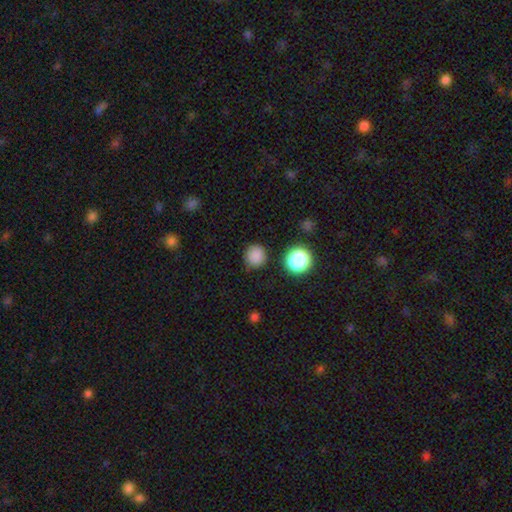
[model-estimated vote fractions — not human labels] smooth-or-featured: smooth: 82% | star or artifact: 14% | featured or disk: 4%
  how-rounded: round: 89% | in between: 10% | cigar-shaped: 1%
  merging: none: 85% | minor disturbance: 10% | major disturbance: 3% | merger: 2%